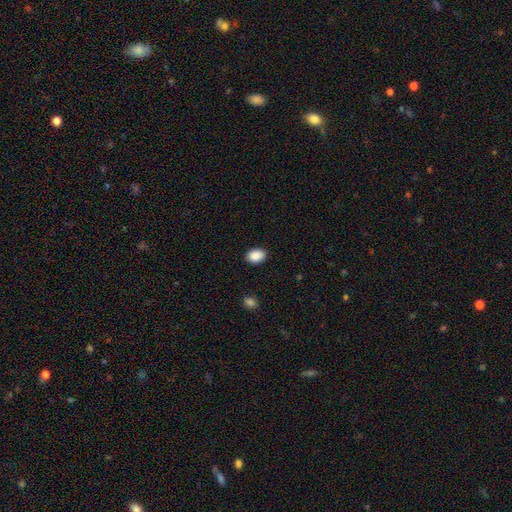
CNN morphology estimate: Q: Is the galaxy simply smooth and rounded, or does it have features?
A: smooth — 89%.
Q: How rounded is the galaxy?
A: in between — 81%.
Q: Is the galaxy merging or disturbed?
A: none — 89%.